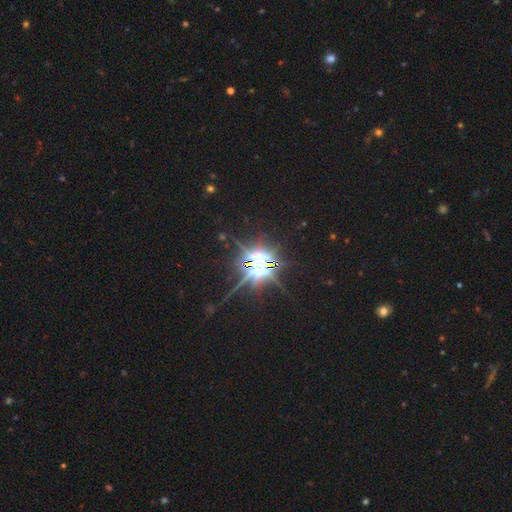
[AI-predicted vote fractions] This is clearly a star or artifact rather than a galaxy (81%).